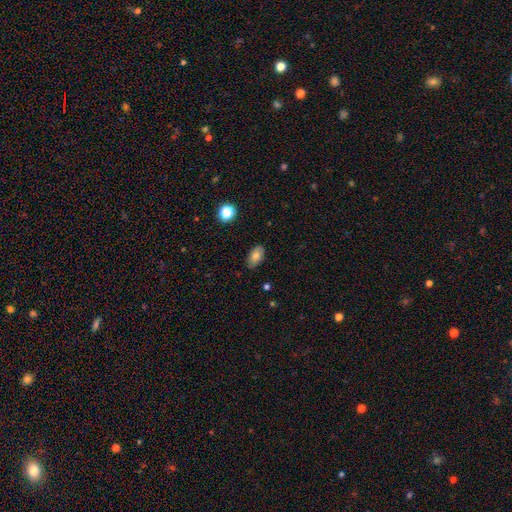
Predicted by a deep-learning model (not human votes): Smooth or featured?
  - smooth: 78% *
  - featured or disk: 13%
  - star or artifact: 9%
How rounded?
  - in between: 91% *
  - round: 6%
  - cigar-shaped: 3%
Merging?
  - none: 82% *
  - minor disturbance: 14%
  - major disturbance: 2%
  - merger: 1%